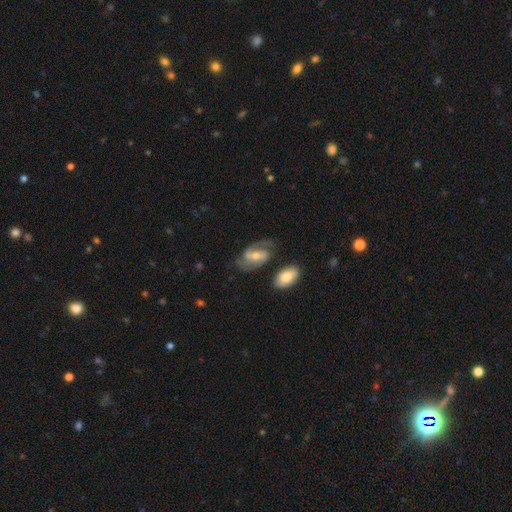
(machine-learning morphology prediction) Overall: featured or disk (83%). Edge-on disk: no (96%). Bar: weak (45%; strong 30%). Spiral arms: yes (96%). Spiral arm count: 2 (85%). Spiral winding: medium (53%; tight 25%). Bulge size: small (49%; moderate 44%). Merging: none (67%).